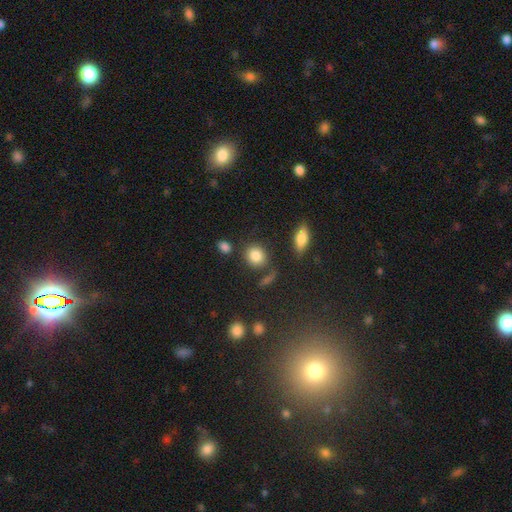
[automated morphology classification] A smooth galaxy with no disk features (83%) that is round (74%). Merging: none (74%).